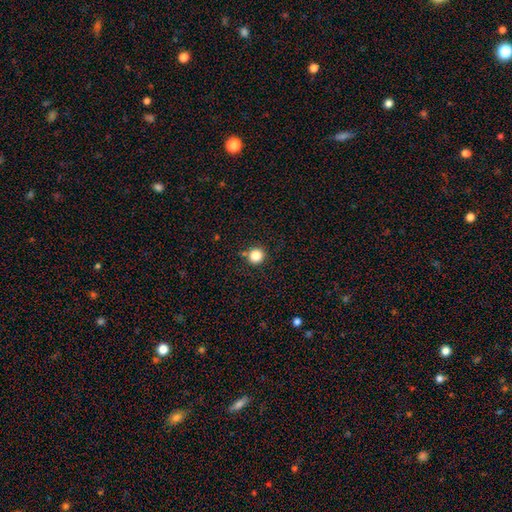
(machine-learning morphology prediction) Smooth or featured? Predicted: smooth (p=0.84). How rounded? Predicted: round (p=0.93). Merging? Predicted: none (p=0.86).